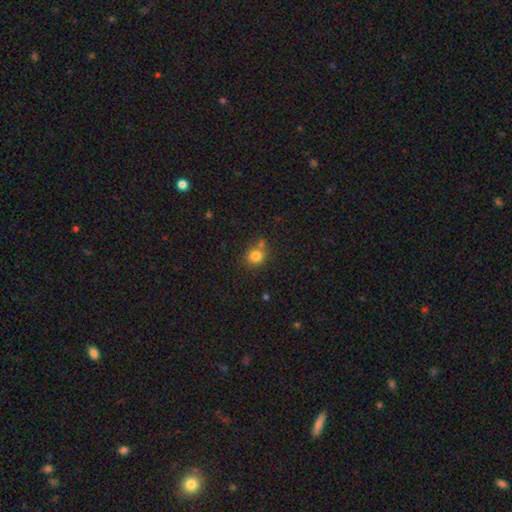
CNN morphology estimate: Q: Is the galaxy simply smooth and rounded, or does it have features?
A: smooth — 81%.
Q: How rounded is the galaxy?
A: round — 82%.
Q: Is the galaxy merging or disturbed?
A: none — 64%.